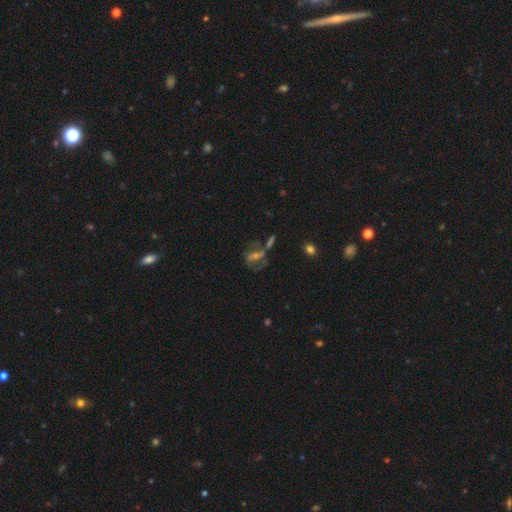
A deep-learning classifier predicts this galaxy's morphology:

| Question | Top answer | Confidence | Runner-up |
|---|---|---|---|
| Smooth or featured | featured or disk | 55% | smooth (24%) |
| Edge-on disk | no | 93% | yes (7%) |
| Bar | weak | 39% | no (38%) |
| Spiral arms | yes | 59% | no (41%) |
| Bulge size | small | 43% | moderate (41%) |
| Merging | none | 45% | major disturbance (20%) |